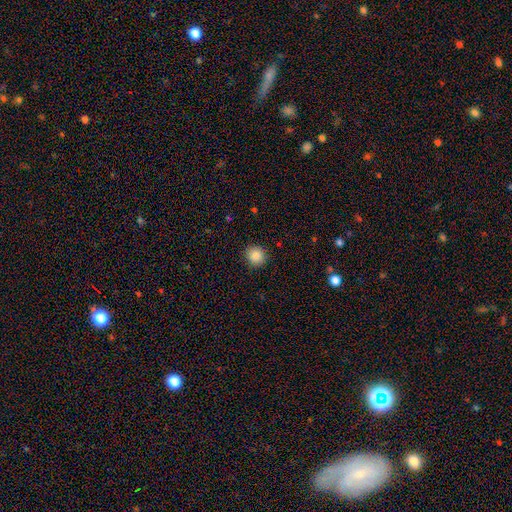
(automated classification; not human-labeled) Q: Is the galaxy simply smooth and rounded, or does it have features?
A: smooth — 86%.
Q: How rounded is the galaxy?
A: round — 91%.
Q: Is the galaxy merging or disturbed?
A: none — 90%.